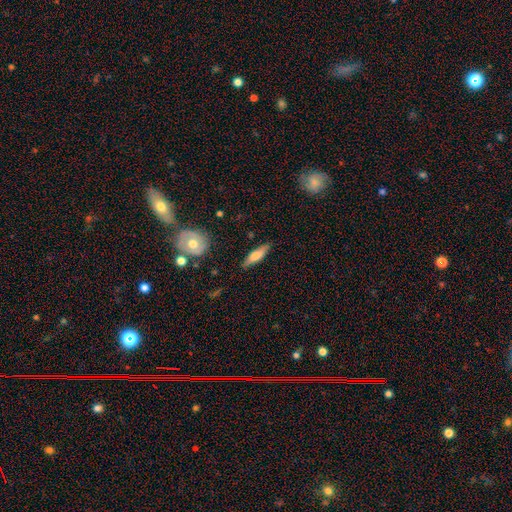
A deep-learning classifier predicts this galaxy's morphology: A smooth galaxy with no disk features (64%) that is cigar-shaped (63%).

Vote fractions:
- Smooth or featured? smooth: 64% / featured or disk: 29% / star or artifact: 6%
- How rounded? cigar-shaped: 63% / in between: 35% / round: 2%
- Merging? none: 82% / minor disturbance: 13% / major disturbance: 3% / merger: 2%